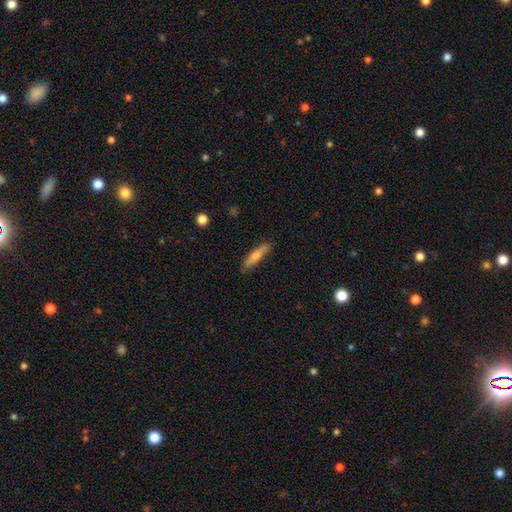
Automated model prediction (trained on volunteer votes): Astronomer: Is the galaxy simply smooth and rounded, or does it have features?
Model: smooth — 57% (runner-up: featured or disk, 36%).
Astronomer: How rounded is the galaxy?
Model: cigar-shaped — 87%.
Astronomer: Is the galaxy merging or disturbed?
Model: none — 85%.